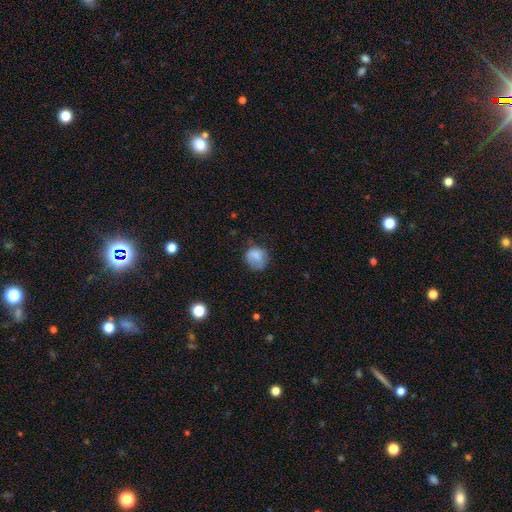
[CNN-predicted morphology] type=smooth (78%); roundness=round (74%); merging=none (59%).